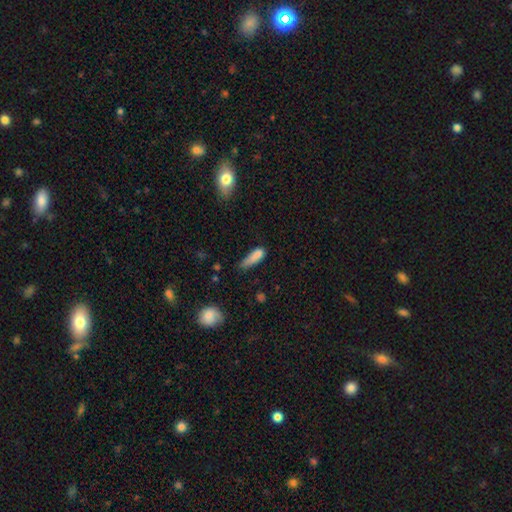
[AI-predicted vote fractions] This is likely a smooth galaxy (80%). How rounded: possibly cigar-shaped (52%). Merging: marginally minor disturbance (40%).